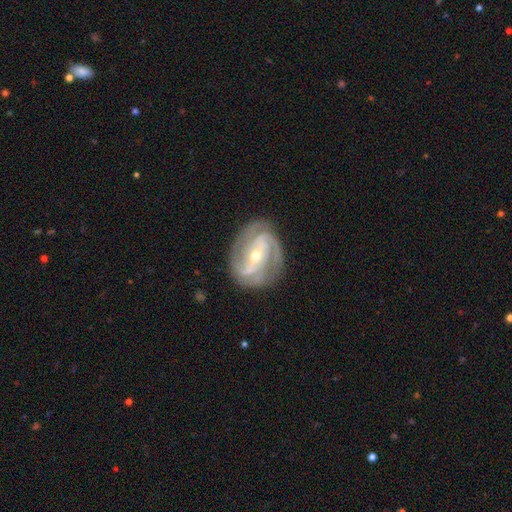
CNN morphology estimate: Overall: featured or disk (91%). Edge-on disk: no (97%). Bar: strong (35%; weak 34%). Spiral arms: yes (98%). Spiral arm count: 3 (41%; 2 33%). Spiral winding: tight (52%; medium 40%). Bulge size: small (55%; moderate 42%). Merging: none (79%).